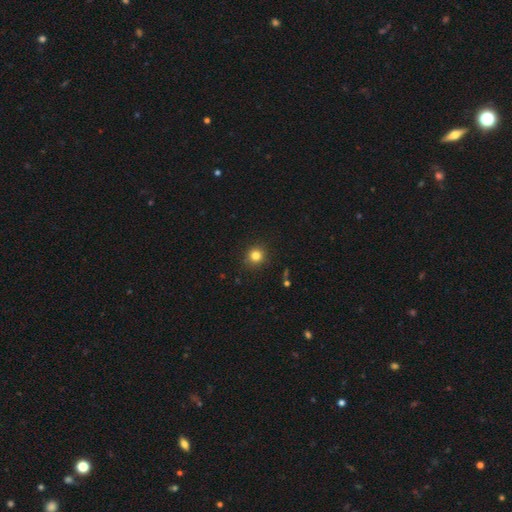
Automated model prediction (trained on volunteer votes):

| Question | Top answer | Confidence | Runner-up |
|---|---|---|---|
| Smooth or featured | smooth | 82% | star or artifact (13%) |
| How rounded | round | 92% | in between (7%) |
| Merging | none | 90% | minor disturbance (7%) |